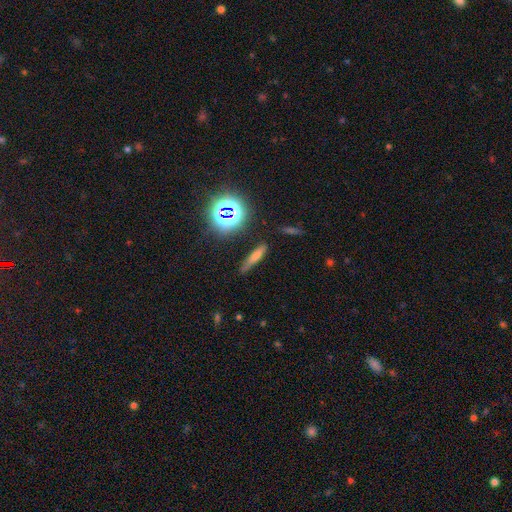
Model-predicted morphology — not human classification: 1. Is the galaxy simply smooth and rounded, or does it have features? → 63% smooth, 20% star or artifact, 17% featured or disk.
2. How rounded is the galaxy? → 81% cigar-shaped, 14% in between, 5% round.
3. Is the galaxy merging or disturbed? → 75% none, 17% minor disturbance, 5% major disturbance, 4% merger.